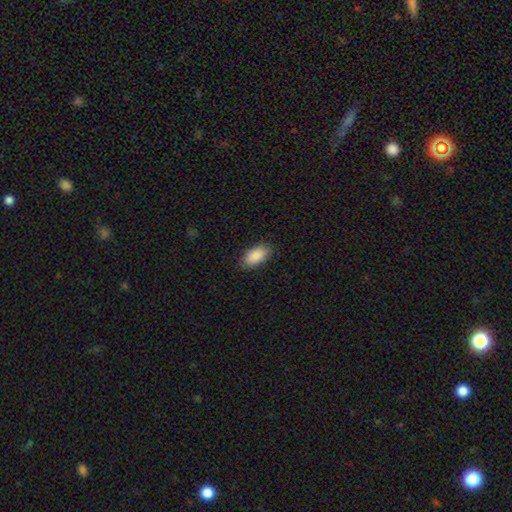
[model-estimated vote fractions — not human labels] A smooth galaxy with no disk features (90%) that is in between round and cigar-shaped (94%). Merging: none (87%).